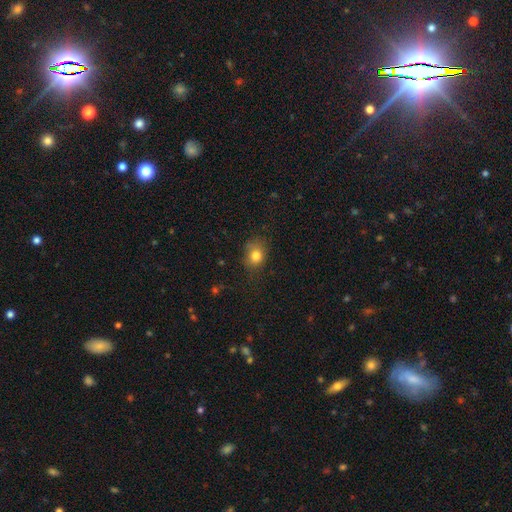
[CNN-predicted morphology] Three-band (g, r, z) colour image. It shows a smooth galaxy with no disk features (80%) that is round (58%). Merging: none (68%).